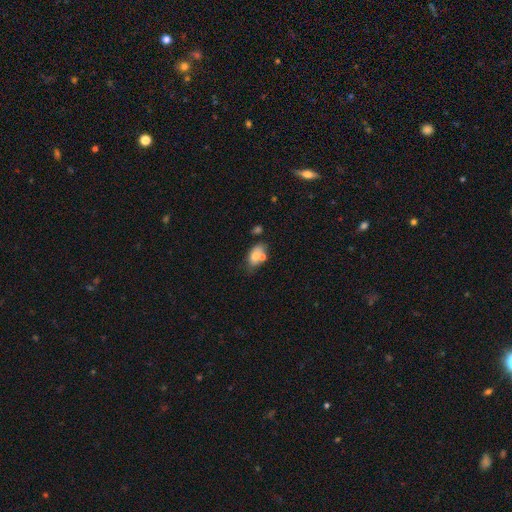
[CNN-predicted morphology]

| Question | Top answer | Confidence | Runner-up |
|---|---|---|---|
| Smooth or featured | smooth | 68% | featured or disk (23%) |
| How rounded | in between | 85% | round (12%) |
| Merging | none | 43% | merger (30%) |